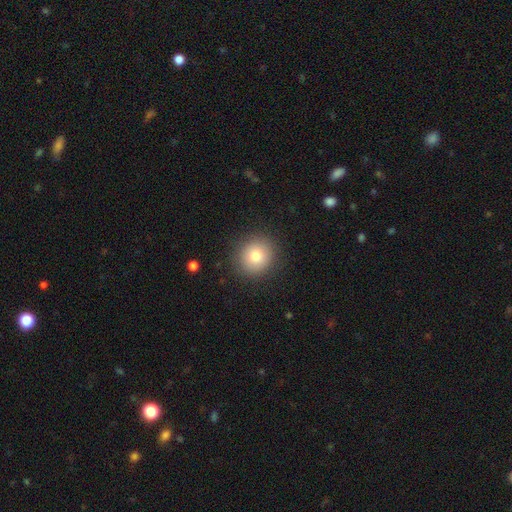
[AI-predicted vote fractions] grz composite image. It shows a smooth galaxy with no disk features (78%) that is round (89%). Merging: none (89%).